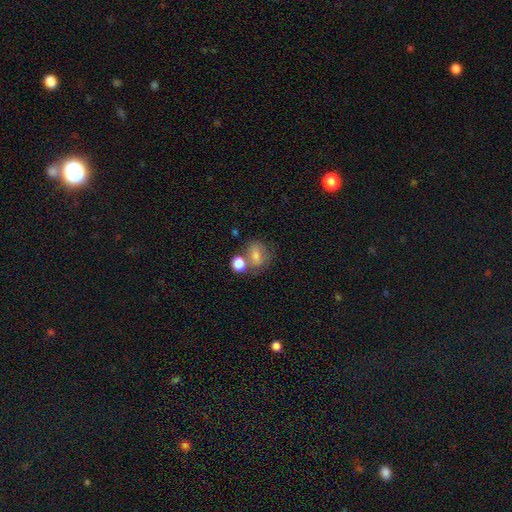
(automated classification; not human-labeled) Smooth or featured: smooth — 72% (featured or disk — 17%)
How rounded: in between — 52% (round — 46%)
Merging: none — 43% (merger — 36%)